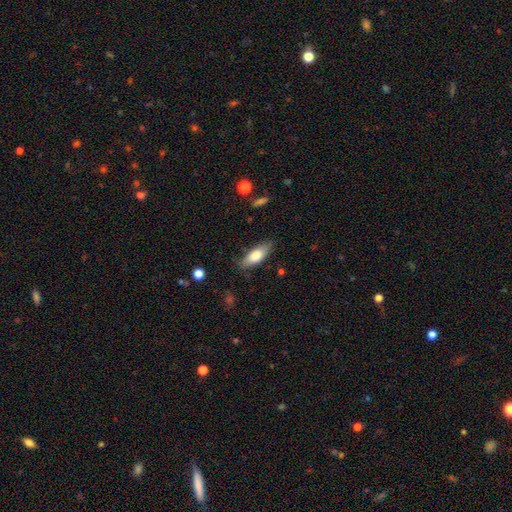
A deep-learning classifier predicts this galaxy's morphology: Overall: smooth (77%). How rounded: in between (72%). Merging: none (79%).